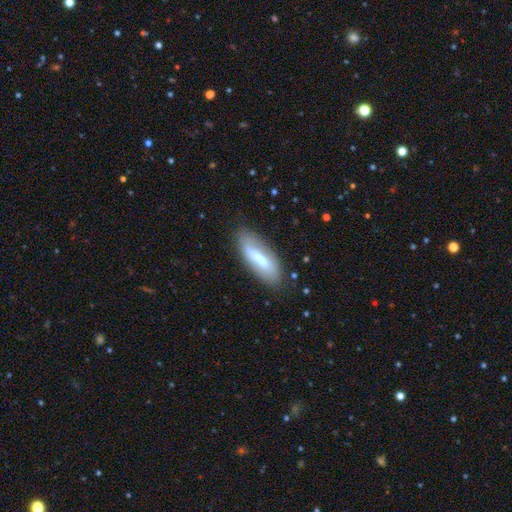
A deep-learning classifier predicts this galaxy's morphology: Q: Smooth or featured?
A: smooth (51%); runner-up: featured or disk (41%)
Q: How rounded?
A: in between (57%); runner-up: cigar-shaped (40%)
Q: Merging?
A: none (83%); runner-up: minor disturbance (13%)